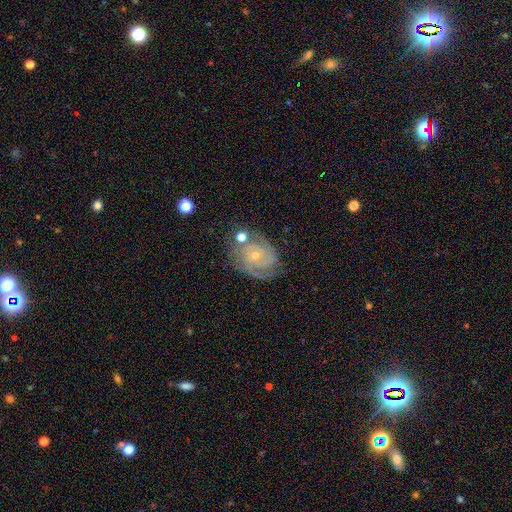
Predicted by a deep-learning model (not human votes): Overall: featured or disk (84%). Edge-on disk: no (97%). Bar: no (74%). Spiral arms: yes (96%). Spiral arm count: 2 (45%; 3 21%). Spiral winding: tight (64%; medium 29%). Bulge size: small (76%). Merging: none (66%).